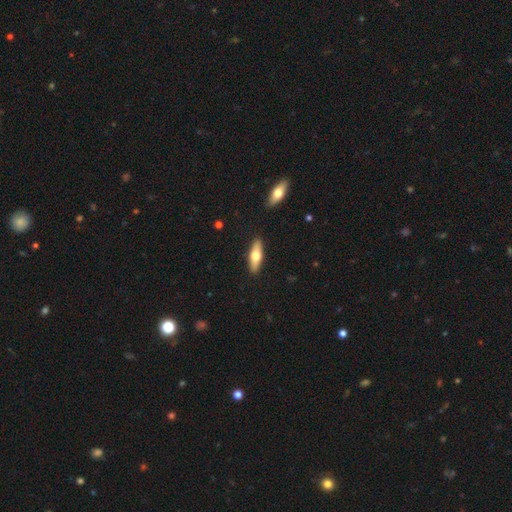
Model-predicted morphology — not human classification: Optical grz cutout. It shows a smooth galaxy with no disk features (57%) that is in between round and cigar-shaped (50%). Merging: none (89%).